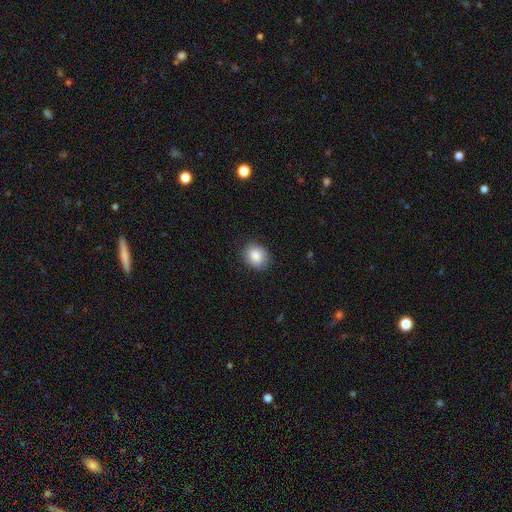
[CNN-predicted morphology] Q: Smooth or featured?
A: smooth (85%); runner-up: star or artifact (8%)
Q: How rounded?
A: round (56%); runner-up: in between (43%)
Q: Merging?
A: none (83%); runner-up: minor disturbance (13%)